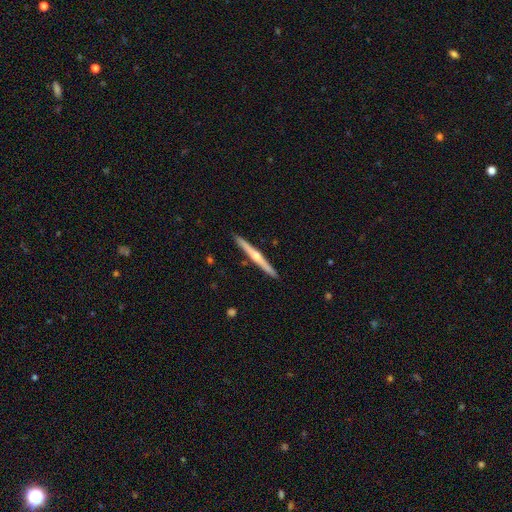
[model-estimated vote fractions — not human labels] This is likely a featured or disk galaxy (71%). It is clearly viewed edge-on (98%). Edge-on bulge: clearly rounded (86%). Merging: clearly none (92%).